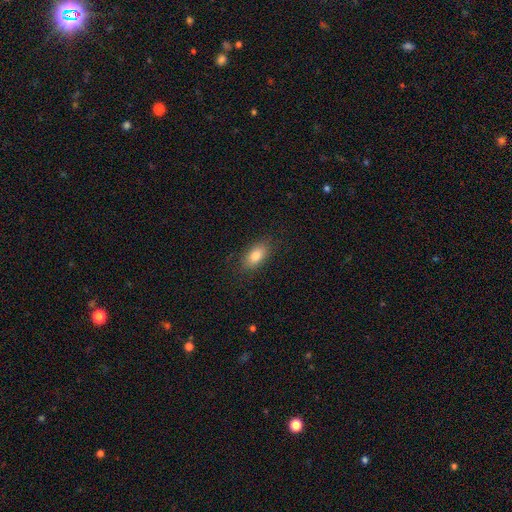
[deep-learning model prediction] Smooth or featured: smooth — 82% (featured or disk — 11%)
How rounded: in between — 89% (cigar-shaped — 6%)
Merging: none — 83% (minor disturbance — 12%)